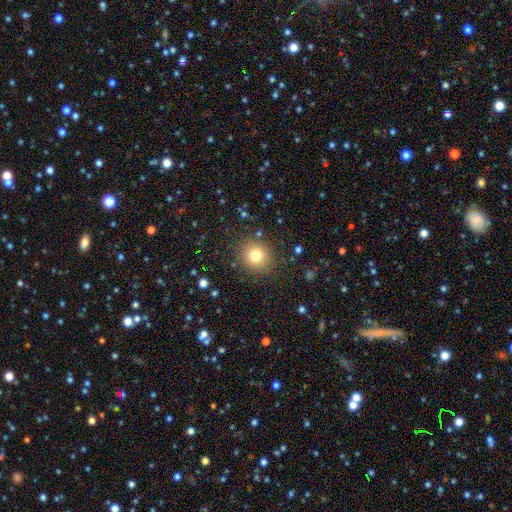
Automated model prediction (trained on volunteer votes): smooth-or-featured: smooth: 78% | star or artifact: 13% | featured or disk: 9%
  how-rounded: round: 89% | in between: 11% | cigar-shaped: 1%
  merging: none: 88% | minor disturbance: 7% | major disturbance: 3% | merger: 2%